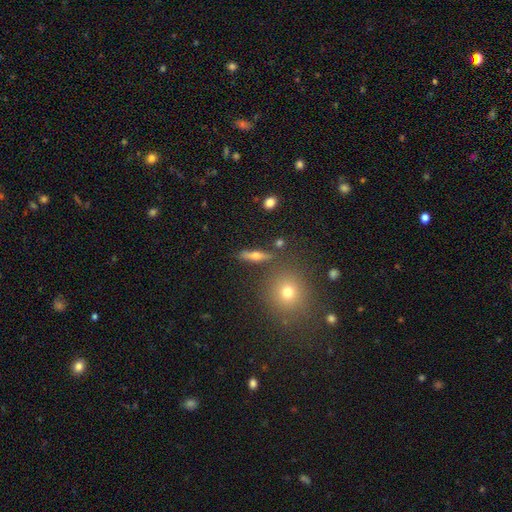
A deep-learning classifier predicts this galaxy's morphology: Overall: featured or disk (50%; smooth 38%). Edge-on disk: yes (88%). Merging: none (83%).